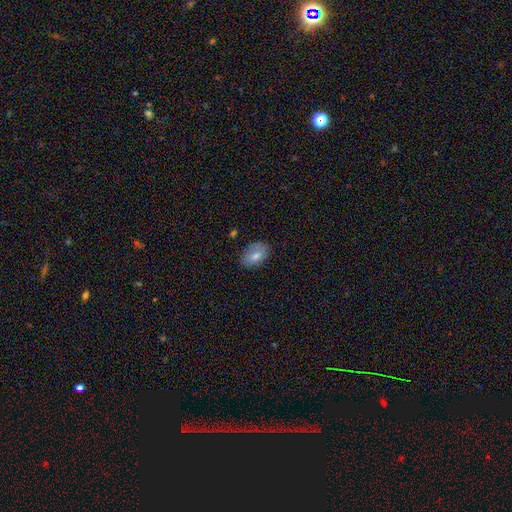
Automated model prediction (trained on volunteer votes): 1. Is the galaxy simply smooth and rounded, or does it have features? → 69% smooth, 22% featured or disk, 9% star or artifact.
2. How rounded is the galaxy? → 87% in between, 11% round, 1% cigar-shaped.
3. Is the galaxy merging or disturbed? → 82% none, 14% minor disturbance, 3% major disturbance, 1% merger.